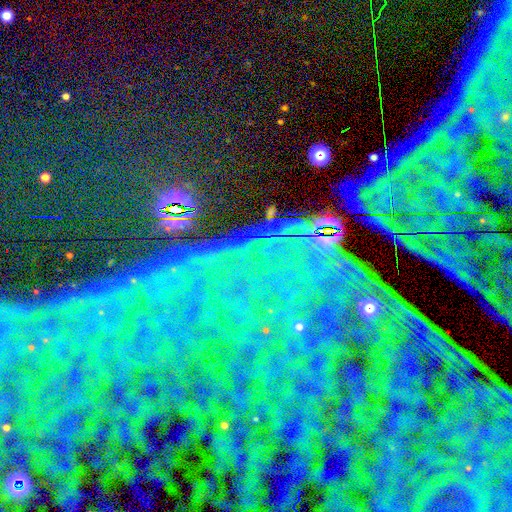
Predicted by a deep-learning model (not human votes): This is clearly a star or artifact rather than a galaxy (82%).